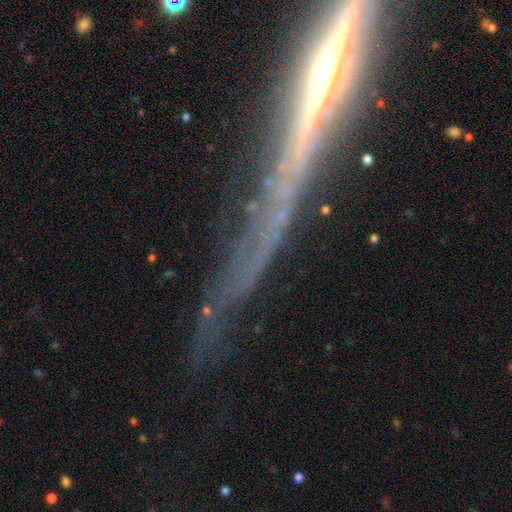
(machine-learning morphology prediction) A featured or disk galaxy (64%) viewed edge-on (80%) with no central bulge (50%).

Vote fractions:
- Smooth or featured? featured or disk: 64% / star or artifact: 20% / smooth: 16%
- Edge-on disk? yes: 80% / no: 20%
- Edge-on bulge? none: 50% / rounded: 33% / boxy: 17%
- Merging? none: 63% / minor disturbance: 18% / major disturbance: 15% / merger: 5%